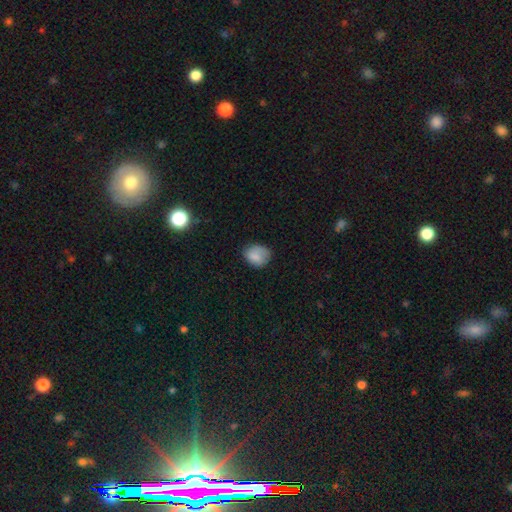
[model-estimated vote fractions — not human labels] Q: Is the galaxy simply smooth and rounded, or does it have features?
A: smooth — 80%.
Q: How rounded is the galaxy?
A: in between — 52%.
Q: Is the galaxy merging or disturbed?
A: none — 65%.